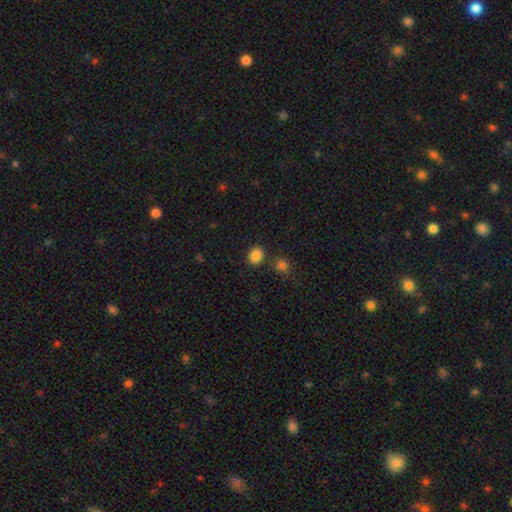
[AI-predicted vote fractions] Smooth or featured? smooth (85%)
How rounded? round (54%)
Merging? none (80%)